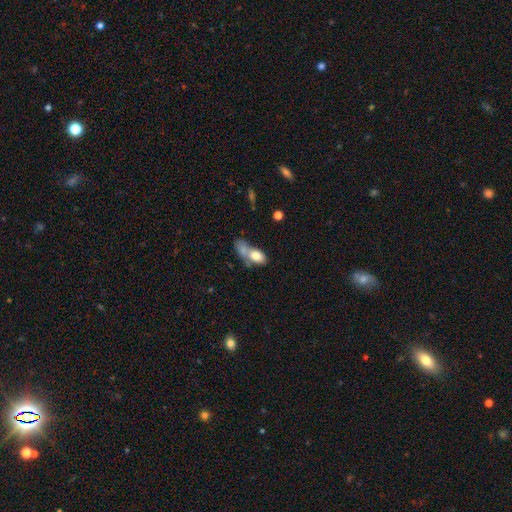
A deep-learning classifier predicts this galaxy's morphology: smooth-or-featured: smooth: 76% | featured or disk: 16% | star or artifact: 8%
  how-rounded: in between: 84% | round: 8% | cigar-shaped: 7%
  merging: merger: 56% | none: 20% | minor disturbance: 12% | major disturbance: 12%